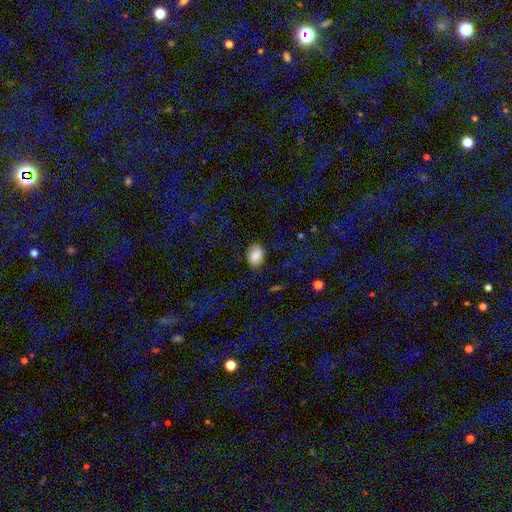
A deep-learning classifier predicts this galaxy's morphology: type=smooth (85%); roundness=in between (82%); merging=none (79%).